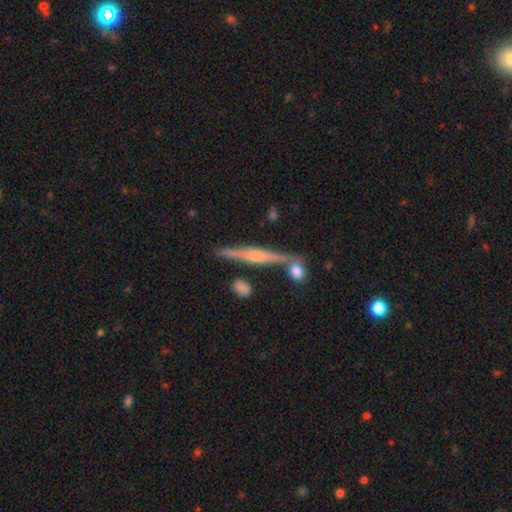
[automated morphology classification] featured or disk 71%, smooth 22%, star or artifact 7%. Down the decision tree: edge-on disk — yes (97%); edge-on bulge — rounded (62%); merging — none (81%).